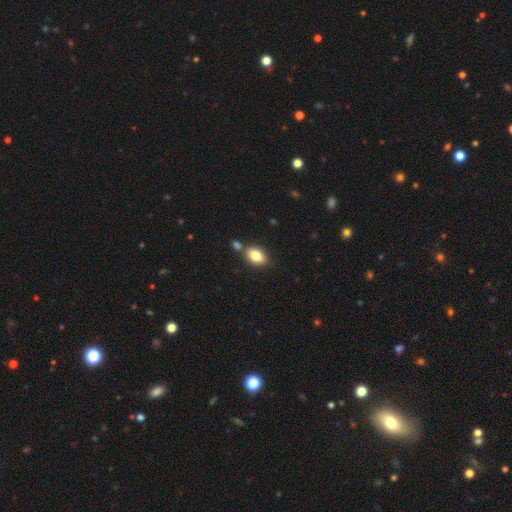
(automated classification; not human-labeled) smooth 82%, featured or disk 9%, star or artifact 8%. Down the decision tree: how rounded — in between (83%); merging — none (65%).